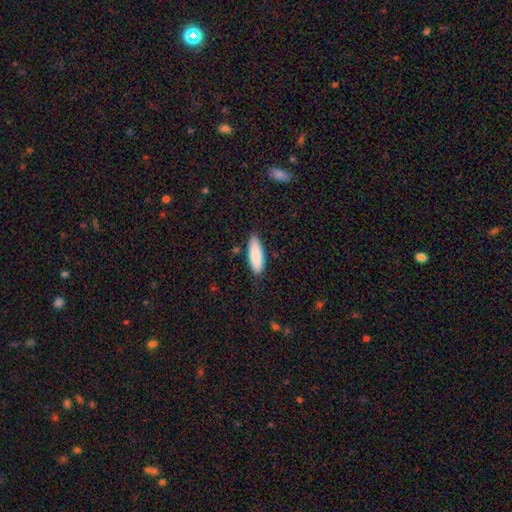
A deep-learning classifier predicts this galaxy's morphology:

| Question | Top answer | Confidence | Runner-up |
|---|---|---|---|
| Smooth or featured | smooth | 87% | featured or disk (7%) |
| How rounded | in between | 59% | cigar-shaped (40%) |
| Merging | none | 86% | minor disturbance (11%) |